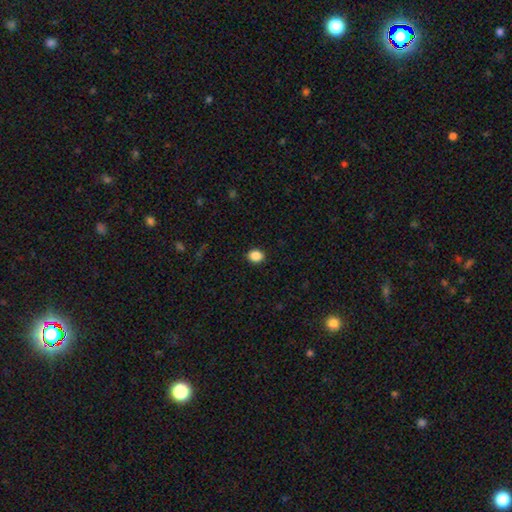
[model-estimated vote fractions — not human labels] This is clearly a smooth galaxy (88%). How rounded: possibly round (56%). Merging: clearly none (91%).